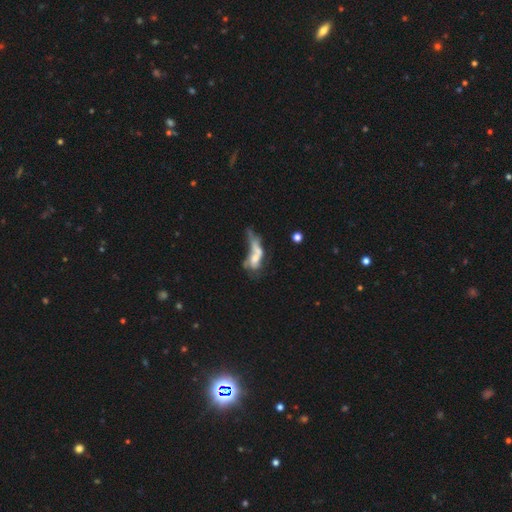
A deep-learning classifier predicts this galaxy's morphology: Smooth or featured?
  - featured or disk: 46% *
  - smooth: 42%
  - star or artifact: 13%
Merging?
  - merger: 51% *
  - major disturbance: 29%
  - none: 12%
  - minor disturbance: 9%